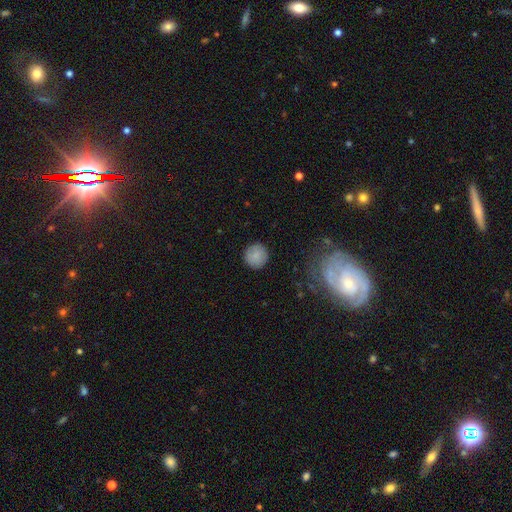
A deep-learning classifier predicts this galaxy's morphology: type=smooth (85%); roundness=round (94%); merging=none (90%).